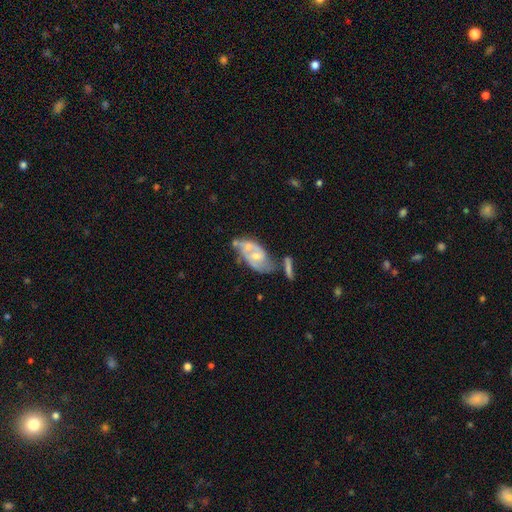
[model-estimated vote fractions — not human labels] This appears to be a featured or disk galaxy (72%) with no bar (52%), 2 (72%) medium (46%) spiral arms (81%) and a small central bulge (49%). Merging: none (33%).